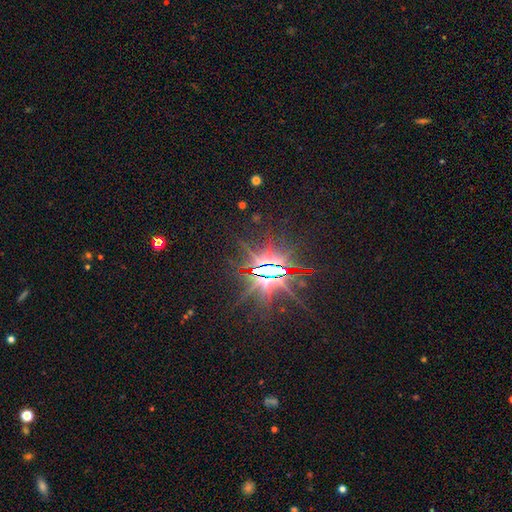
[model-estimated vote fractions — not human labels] A star or artifact, not a galaxy (86%).